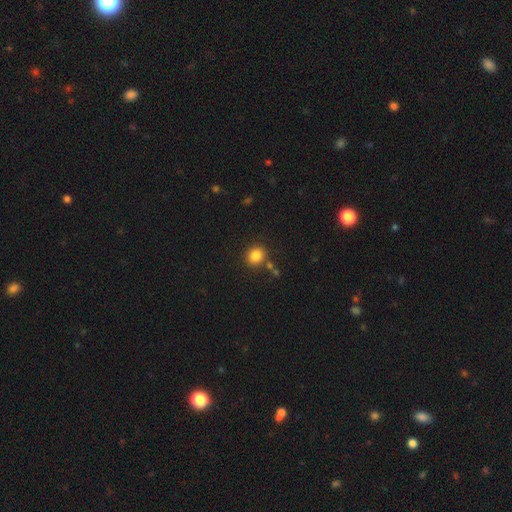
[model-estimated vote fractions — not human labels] Overall: smooth (84%). How rounded: round (78%). Merging: none (80%).